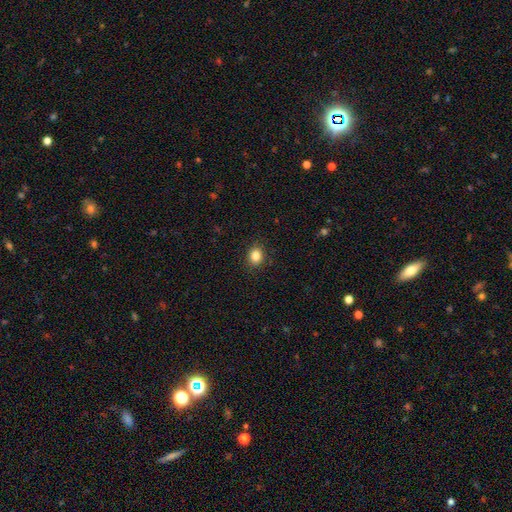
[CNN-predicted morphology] Smooth or featured: smooth — 85% (star or artifact — 10%)
How rounded: round — 57% (in between — 42%)
Merging: none — 89% (minor disturbance — 8%)